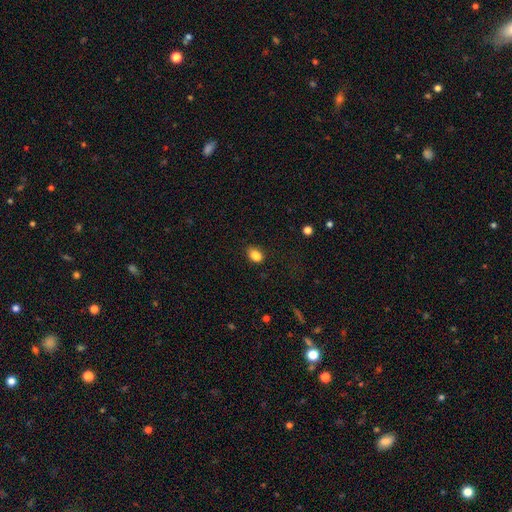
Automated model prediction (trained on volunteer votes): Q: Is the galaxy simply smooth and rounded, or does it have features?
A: smooth — 86%.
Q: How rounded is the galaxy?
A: in between — 77%.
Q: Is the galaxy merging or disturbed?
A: none — 78%.